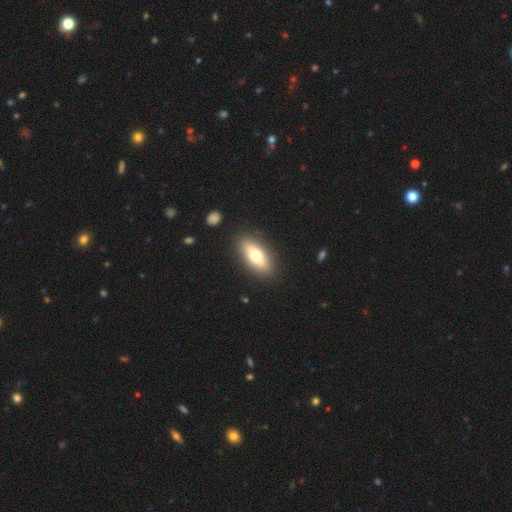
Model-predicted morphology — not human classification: Overall: smooth (68%). How rounded: in between (79%). Merging: none (88%).